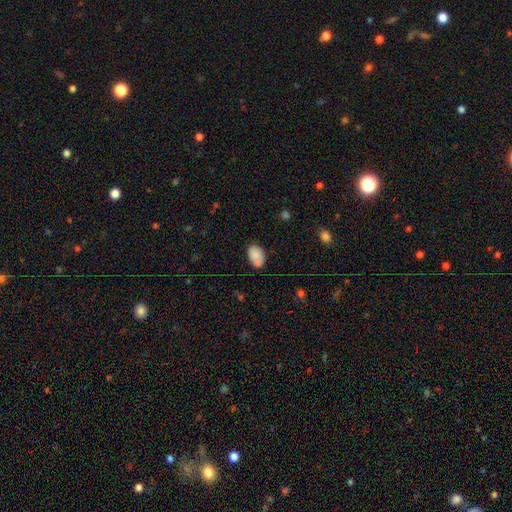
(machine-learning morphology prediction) Smooth or featured?
  - smooth: 82% *
  - featured or disk: 10%
  - star or artifact: 8%
How rounded?
  - in between: 87% *
  - round: 12%
  - cigar-shaped: 1%
Merging?
  - none: 64% *
  - minor disturbance: 21%
  - merger: 10%
  - major disturbance: 5%